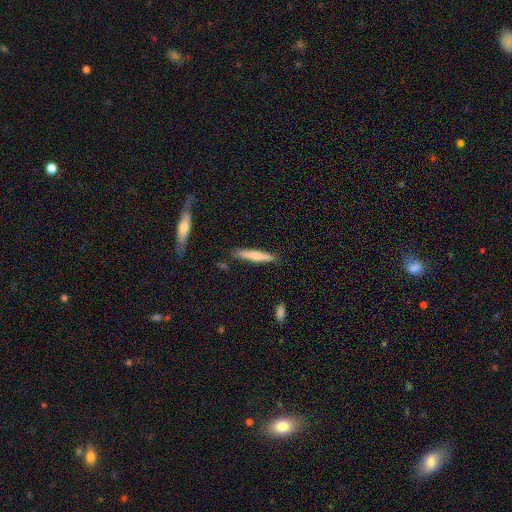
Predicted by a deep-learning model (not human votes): smooth-or-featured: smooth: 66% | featured or disk: 29% | star or artifact: 5%
  how-rounded: cigar-shaped: 92% | in between: 7% | round: 1%
  merging: none: 85% | minor disturbance: 11% | merger: 2% | major disturbance: 2%